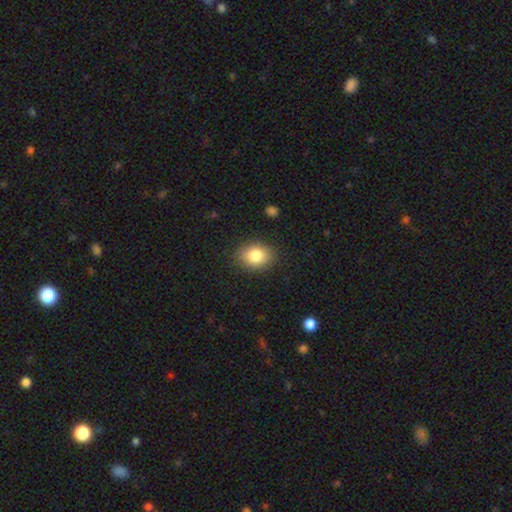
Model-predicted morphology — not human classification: This appears to be a smooth galaxy with no disk features (83%) that is in between round and cigar-shaped (58%). Merging: none (86%).